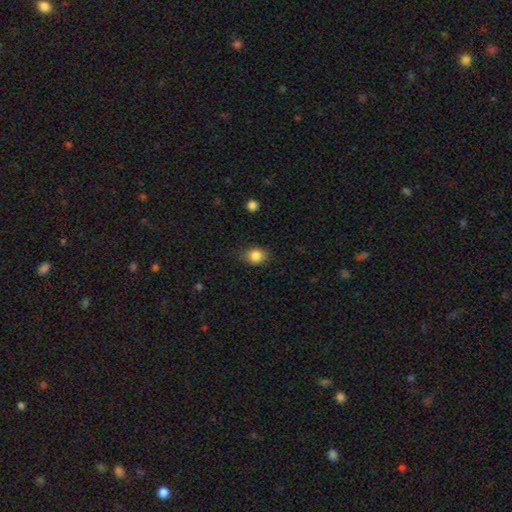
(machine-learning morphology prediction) Smooth or featured? smooth (85%)
How rounded? round (60%)
Merging? none (79%)